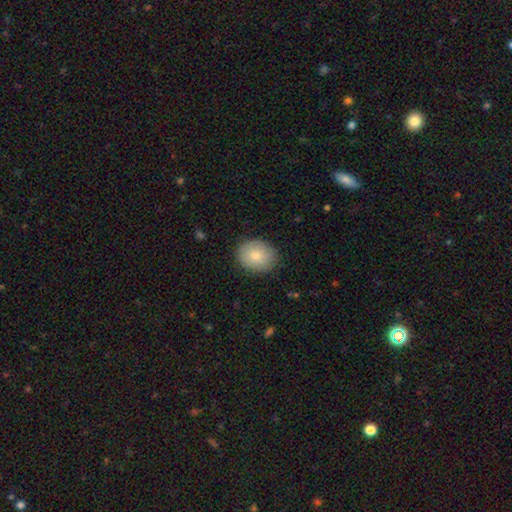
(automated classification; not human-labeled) Q: Smooth or featured?
A: smooth (82%); runner-up: featured or disk (11%)
Q: How rounded?
A: in between (50%); runner-up: round (49%)
Q: Merging?
A: none (86%); runner-up: minor disturbance (11%)